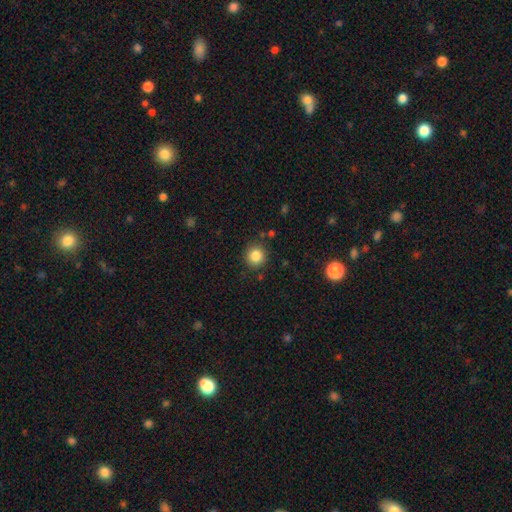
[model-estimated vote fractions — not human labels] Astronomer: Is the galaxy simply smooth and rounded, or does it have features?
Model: smooth — 85%.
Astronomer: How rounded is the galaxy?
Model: round — 93%.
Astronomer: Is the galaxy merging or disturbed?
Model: none — 88%.